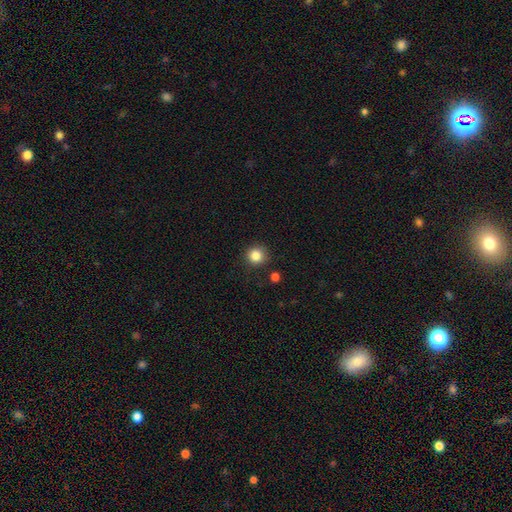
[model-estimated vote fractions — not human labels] This is clearly a smooth galaxy (85%). How rounded: clearly round (93%). Merging: clearly none (87%).